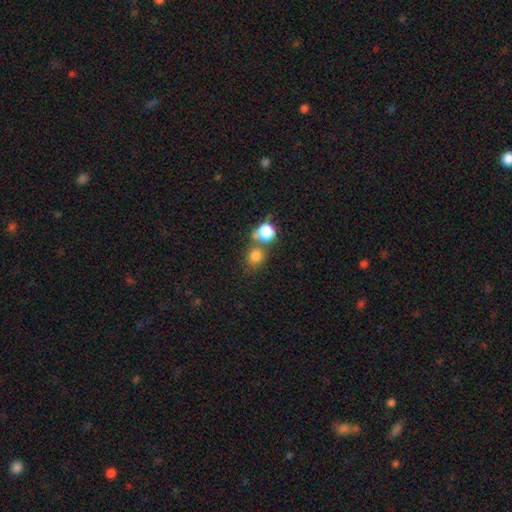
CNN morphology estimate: smooth_or_featured: smooth (p=0.80) [alt: star or artifact p=0.12]
how_rounded: round (p=0.81) [alt: in between p=0.18]
merging: none (p=0.51) [alt: merger p=0.36]